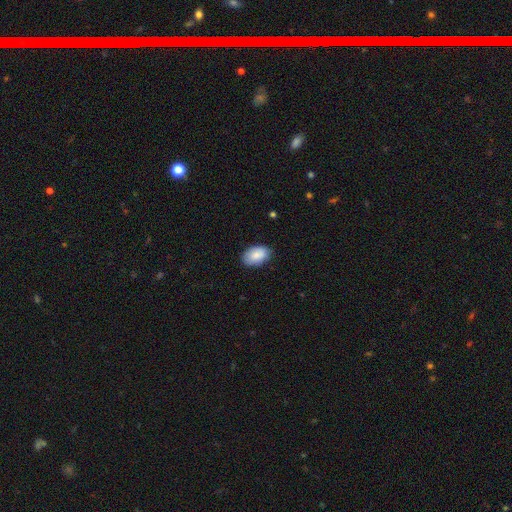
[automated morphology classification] type=smooth (87%); roundness=in between (92%); merging=none (82%).